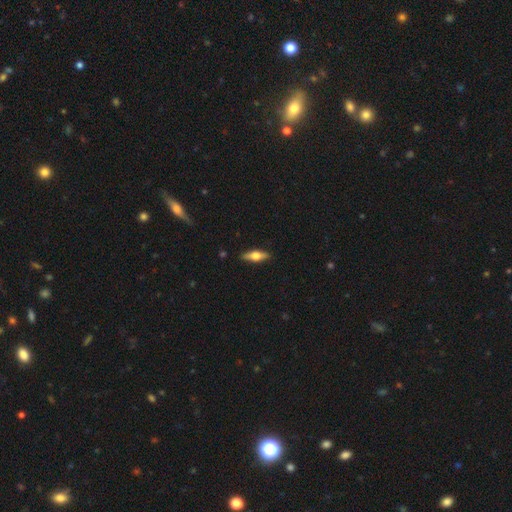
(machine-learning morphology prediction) Smooth or featured? Predicted: featured or disk (p=0.54). Edge-on disk? Predicted: yes (p=0.93). Edge-on bulge? Predicted: rounded (p=0.94). Merging? Predicted: none (p=0.89).